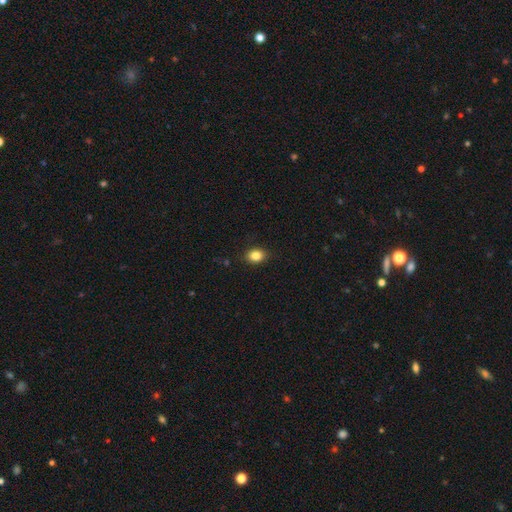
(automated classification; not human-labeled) Overall: smooth (84%). How rounded: in between (61%; round 38%). Merging: none (88%).